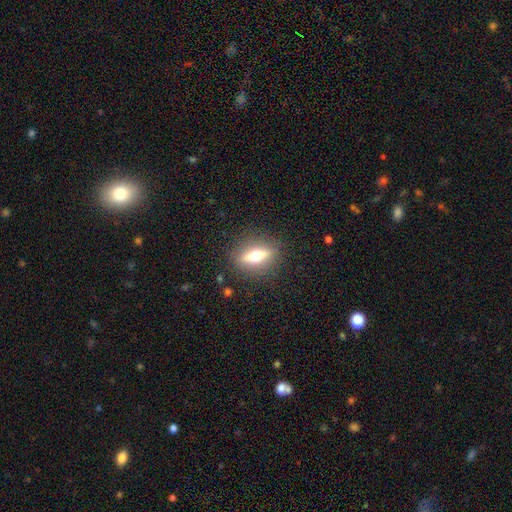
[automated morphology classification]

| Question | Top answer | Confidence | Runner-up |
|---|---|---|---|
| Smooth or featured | featured or disk | 57% | smooth (34%) |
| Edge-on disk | yes | 79% | no (21%) |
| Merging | none | 86% | minor disturbance (9%) |